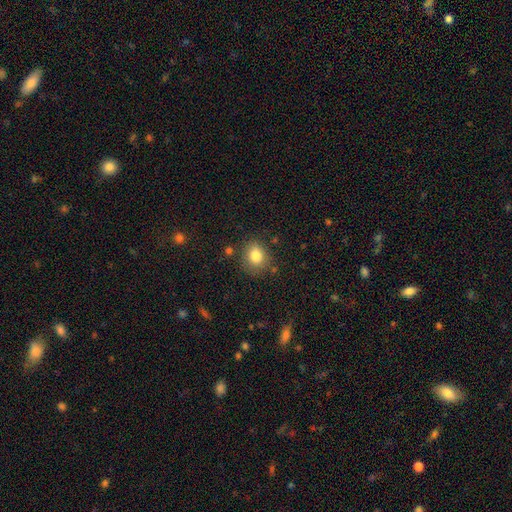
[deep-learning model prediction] Smooth or featured? Predicted: smooth (p=0.81). How rounded? Predicted: round (p=0.62). Merging? Predicted: none (p=0.78).